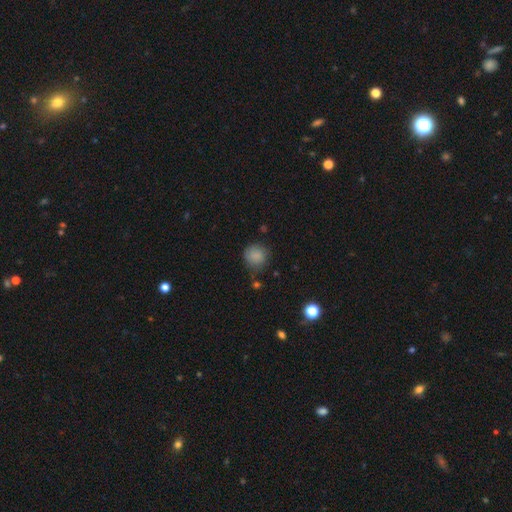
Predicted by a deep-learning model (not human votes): The model was most divided on "merging": none: 73%, minor disturbance: 19%, major disturbance: 5%, merger: 3%. More confident: how rounded — round (87%); smooth or featured — smooth (85%).